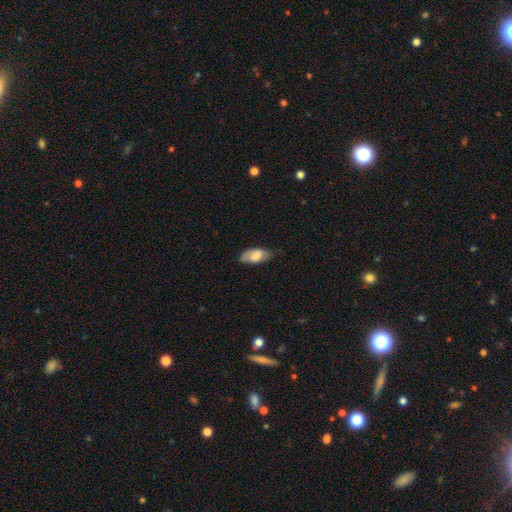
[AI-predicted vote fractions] This is likely a smooth galaxy (72%). How rounded: clearly in between (89%). Merging: likely none (64%).